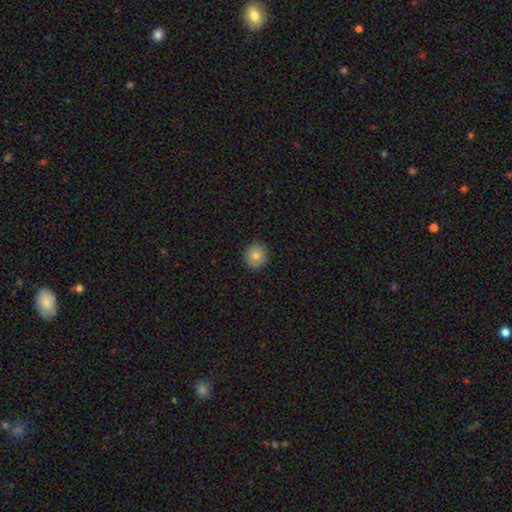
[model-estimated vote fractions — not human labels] Smooth or featured? smooth (81%)
How rounded? round (92%)
Merging? none (91%)